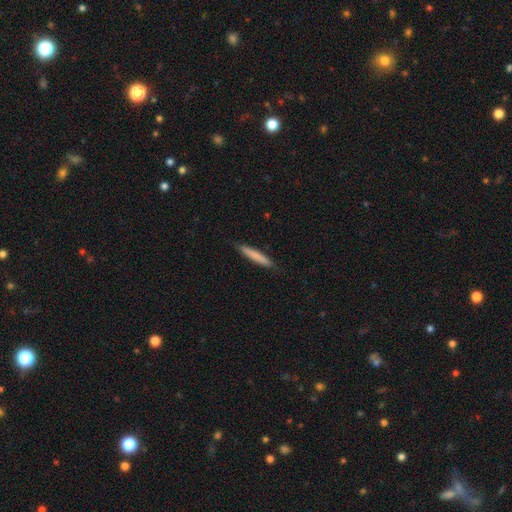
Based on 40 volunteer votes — Overall: smooth (65%; featured or disk 30%). How rounded: cigar-shaped (100%). Merging: none (79%).